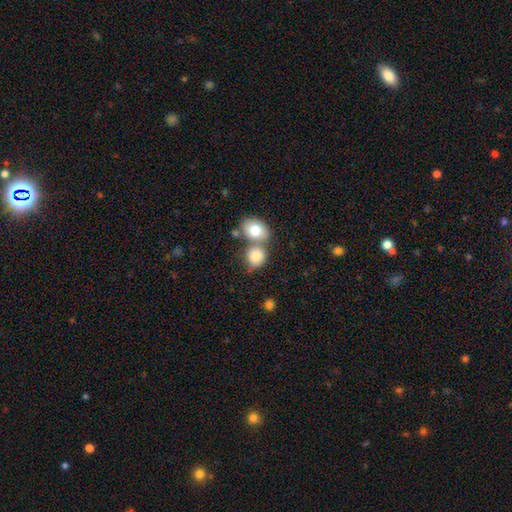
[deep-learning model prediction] Smooth or featured: smooth — 82% (featured or disk — 9%)
How rounded: round — 65% (in between — 34%)
Merging: merger — 45% (none — 42%)